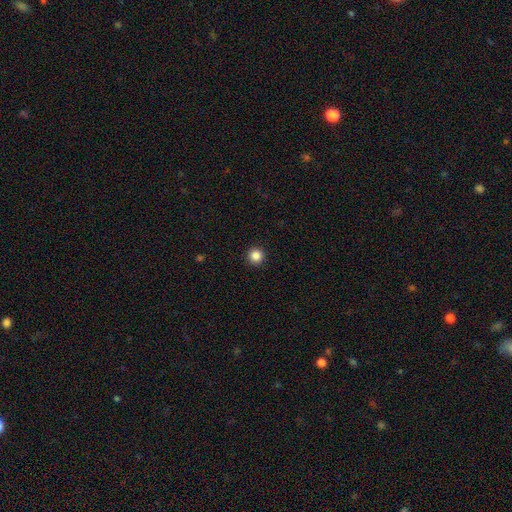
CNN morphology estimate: smooth-or-featured: smooth: 86% | star or artifact: 11% | featured or disk: 3%
  how-rounded: round: 96% | in between: 3% | cigar-shaped: 1%
  merging: none: 93% | minor disturbance: 4% | major disturbance: 2% | merger: 1%